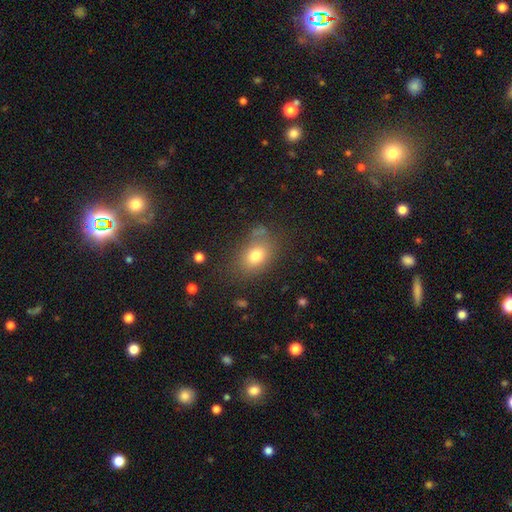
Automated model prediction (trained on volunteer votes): This is likely a smooth galaxy (76%). How rounded: likely in between (70%). Merging: likely none (72%).